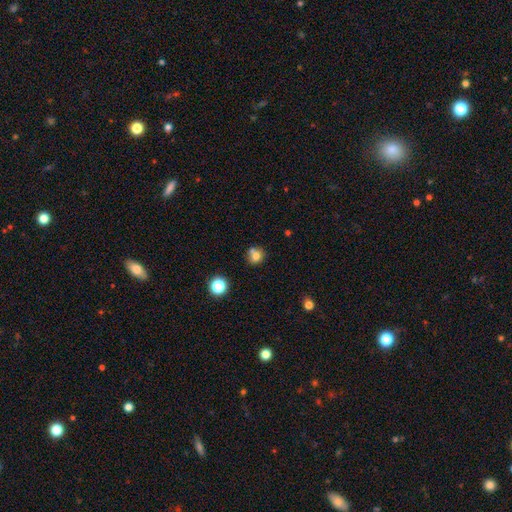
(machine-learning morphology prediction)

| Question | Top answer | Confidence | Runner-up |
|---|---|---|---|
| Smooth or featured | smooth | 73% | featured or disk (14%) |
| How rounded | round | 80% | in between (19%) |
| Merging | none | 52% | merger (33%) |